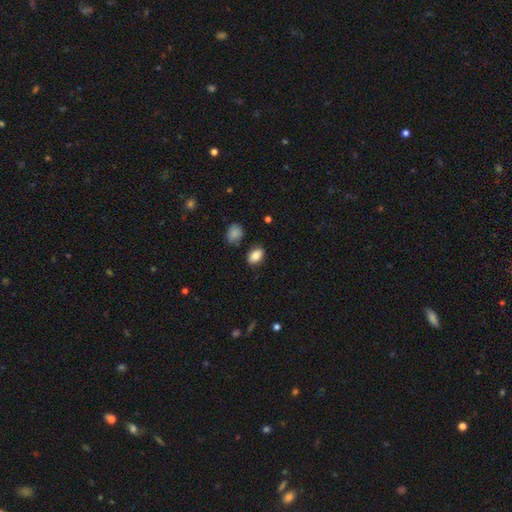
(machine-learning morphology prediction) smooth 85%, star or artifact 9%, featured or disk 6%. Down the decision tree: how rounded — in between (84%); merging — none (82%).